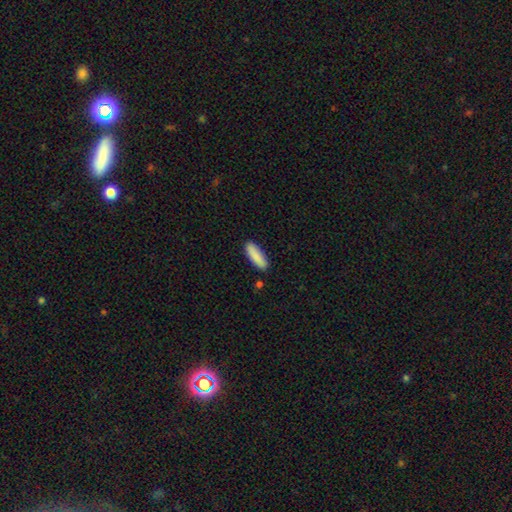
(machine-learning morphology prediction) The model was most divided on "how rounded": cigar-shaped: 51%, in between: 47%, round: 2%. More confident: smooth or featured — smooth (88%); merging — none (86%).